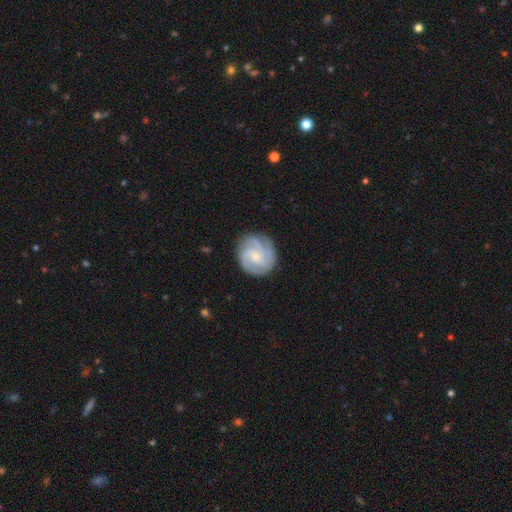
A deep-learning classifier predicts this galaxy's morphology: This appears to be a featured or disk galaxy (83%) with no bar (59%), 3 (46%) tight (55%) spiral arms (97%) and a small central bulge (60%). Merging: none (81%).